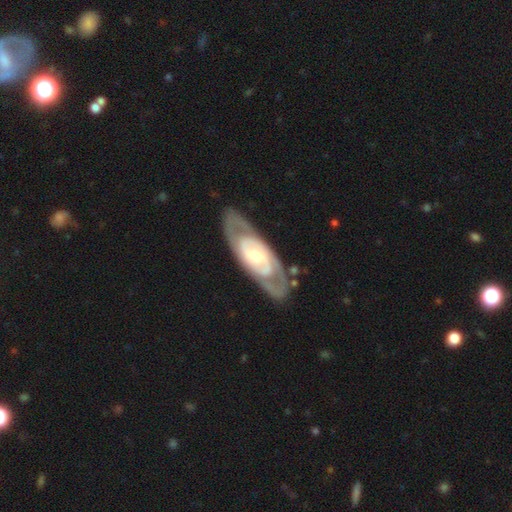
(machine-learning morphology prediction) type=featured or disk (80%); edge-on=no (88%); bar=no (60%); spiral arms=yes (74%); winding=tight (56%); arm count=2 (67%); bulge=moderate (59%); merging=none (79%).